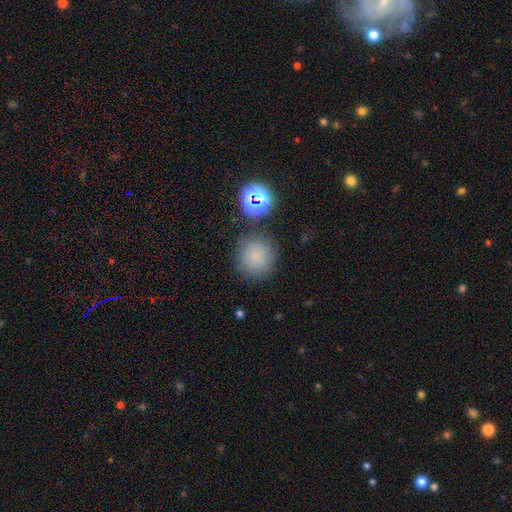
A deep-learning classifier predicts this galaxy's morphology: Overall: smooth (78%). How rounded: round (93%). Merging: none (81%).